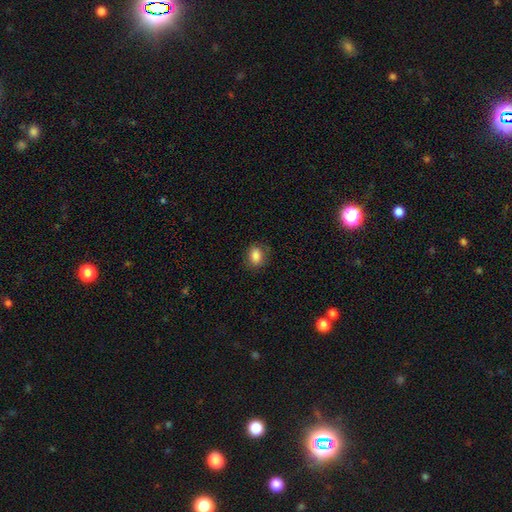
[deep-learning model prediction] smooth_or_featured: smooth (p=0.86) [alt: star or artifact p=0.09]
how_rounded: in between (p=0.63) [alt: round p=0.35]
merging: none (p=0.81) [alt: minor disturbance p=0.14]